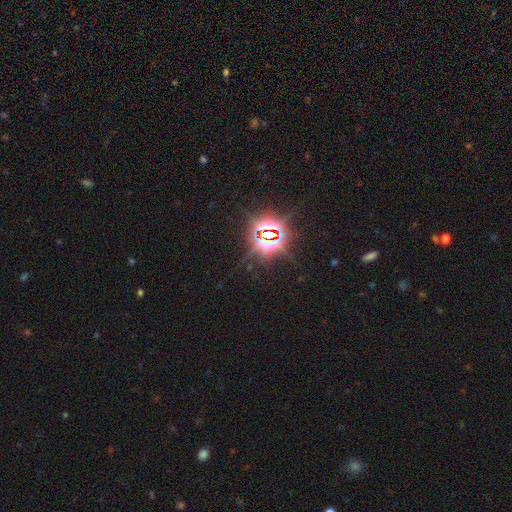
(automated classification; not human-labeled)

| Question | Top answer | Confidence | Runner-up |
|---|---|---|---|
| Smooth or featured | star or artifact | 85% | smooth (9%) |